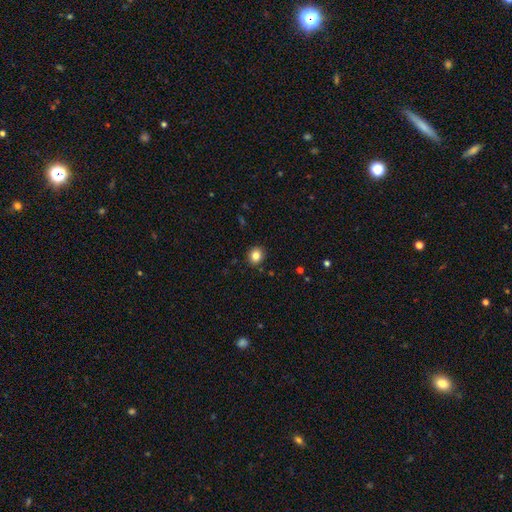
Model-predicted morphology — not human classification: A smooth galaxy with no disk features (83%) that is round (74%). Merging: none (90%).